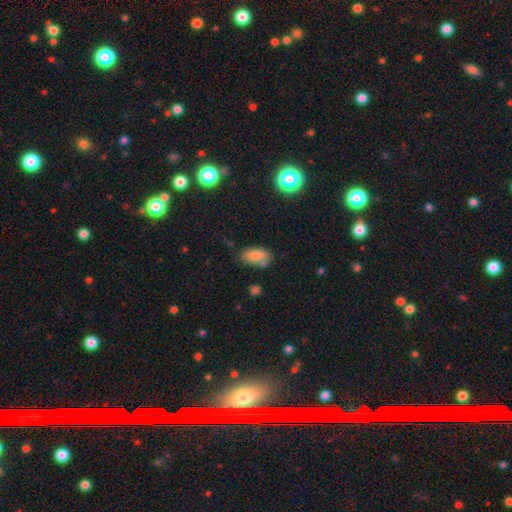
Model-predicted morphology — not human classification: smooth 81%, featured or disk 10%, star or artifact 10%. Down the decision tree: how rounded — in between (90%); merging — none (65%).